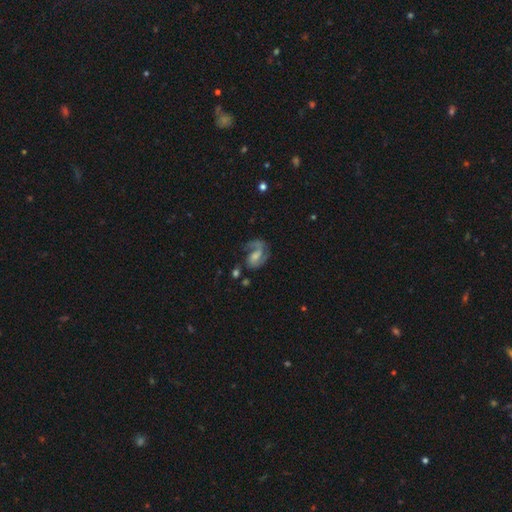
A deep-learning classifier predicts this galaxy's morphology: type=featured or disk (77%); edge-on=no (97%); bar=weak (48%); spiral arms=yes (93%); winding=medium (51%); arm count=2 (68%); bulge=moderate (40%); merging=none (53%).